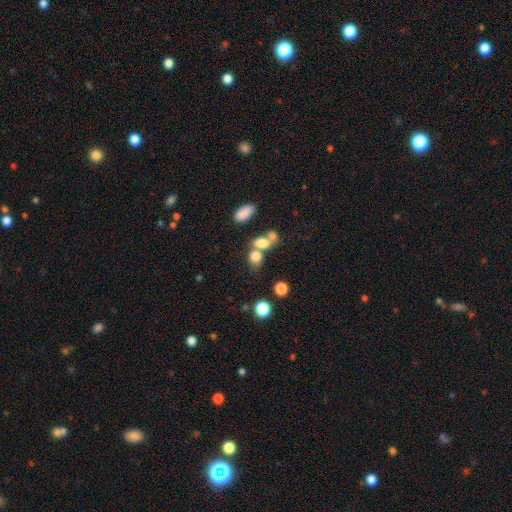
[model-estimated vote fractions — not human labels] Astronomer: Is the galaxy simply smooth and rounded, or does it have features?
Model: smooth — 76%.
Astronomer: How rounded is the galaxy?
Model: in between — 55% (runner-up: round, 43%).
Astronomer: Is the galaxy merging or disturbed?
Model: merger — 48% (runner-up: none, 35%).